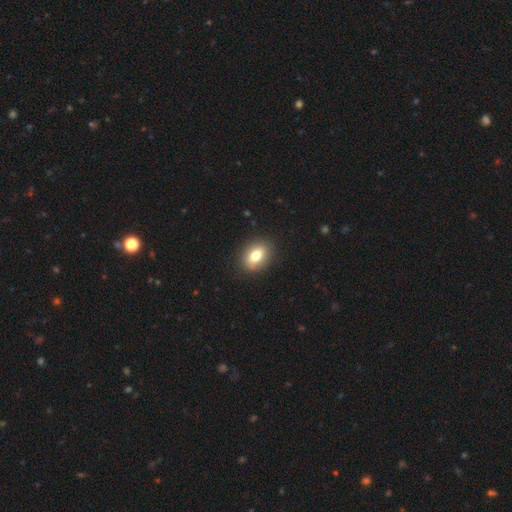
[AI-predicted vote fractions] Q: Smooth or featured?
A: smooth (78%); runner-up: featured or disk (13%)
Q: How rounded?
A: in between (73%); runner-up: round (26%)
Q: Merging?
A: none (88%); runner-up: minor disturbance (9%)